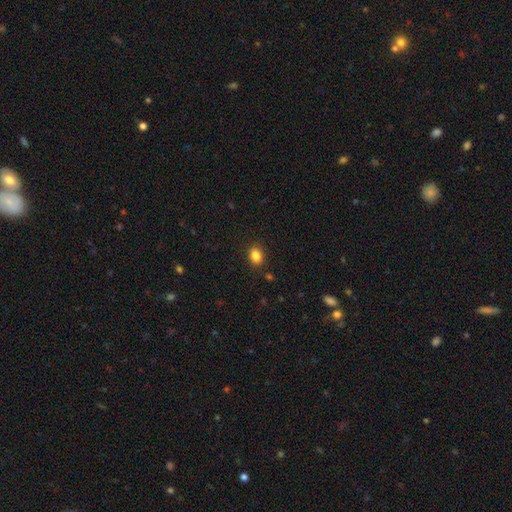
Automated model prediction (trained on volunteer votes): Smooth or featured? Predicted: smooth (p=0.85). How rounded? Predicted: in between (p=0.63). Merging? Predicted: none (p=0.87).